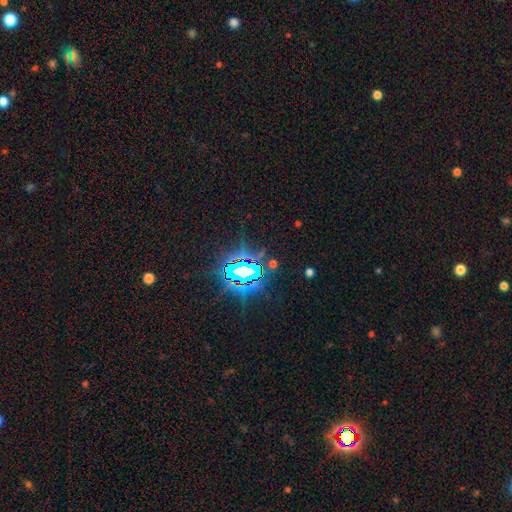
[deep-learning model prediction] A star or artifact, not a galaxy (83%).